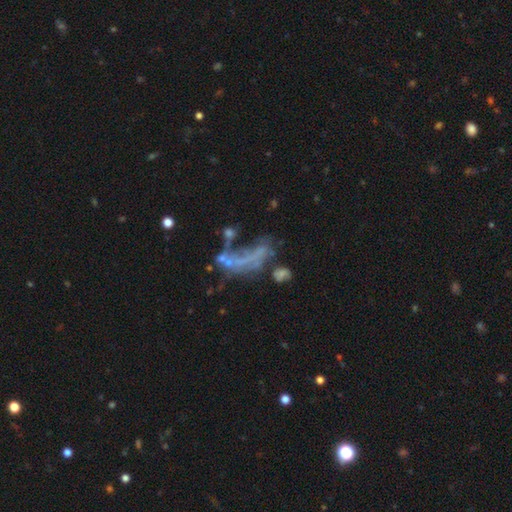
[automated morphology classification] Smooth or featured?
  - featured or disk: 50% *
  - smooth: 29%
  - star or artifact: 21%
Edge-on disk?
  - no: 93% *
  - yes: 7%
Merging?
  - major disturbance: 39% *
  - merger: 27%
  - none: 21%
  - minor disturbance: 12%